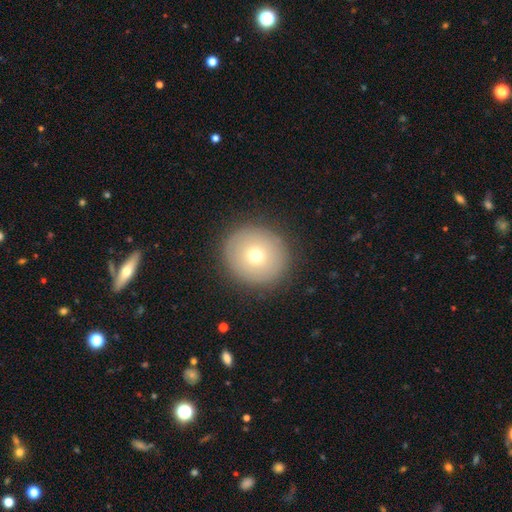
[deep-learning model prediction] The model was most divided on "smooth or featured": smooth: 68%, featured or disk: 21%, star or artifact: 11%. More confident: how rounded — round (90%); merging — none (89%).